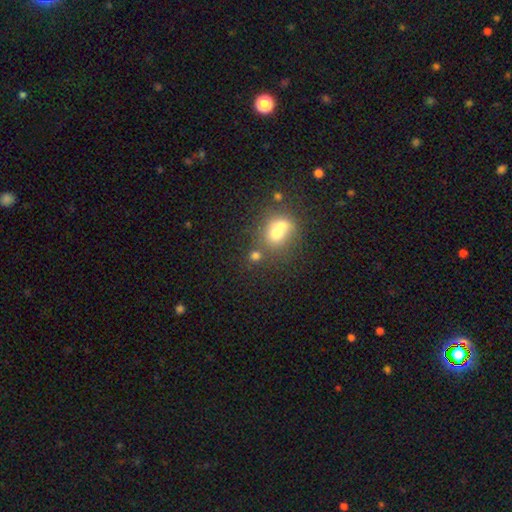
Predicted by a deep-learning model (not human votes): smooth_or_featured: smooth (p=0.67) [alt: featured or disk p=0.18]
how_rounded: round (p=0.72) [alt: in between p=0.27]
merging: merger (p=0.52) [alt: none p=0.36]